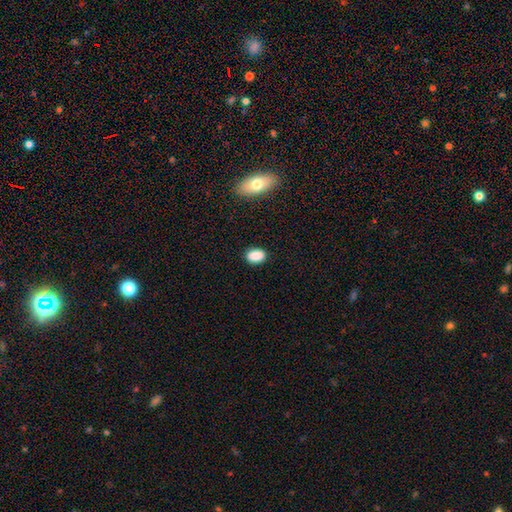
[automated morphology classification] smooth_or_featured: smooth (p=0.88) [alt: star or artifact p=0.08]
how_rounded: in between (p=0.79) [alt: round p=0.20]
merging: none (p=0.86) [alt: minor disturbance p=0.10]